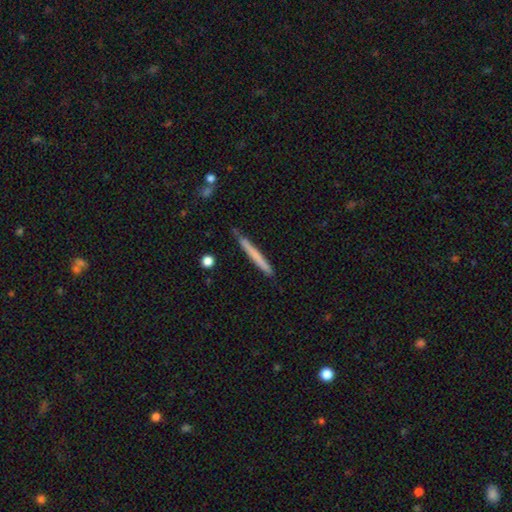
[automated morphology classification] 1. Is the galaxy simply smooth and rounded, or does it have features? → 66% smooth, 28% featured or disk, 6% star or artifact.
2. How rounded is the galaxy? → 97% cigar-shaped, 2% in between, 1% round.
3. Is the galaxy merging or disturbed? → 86% none, 11% minor disturbance, 2% merger, 2% major disturbance.